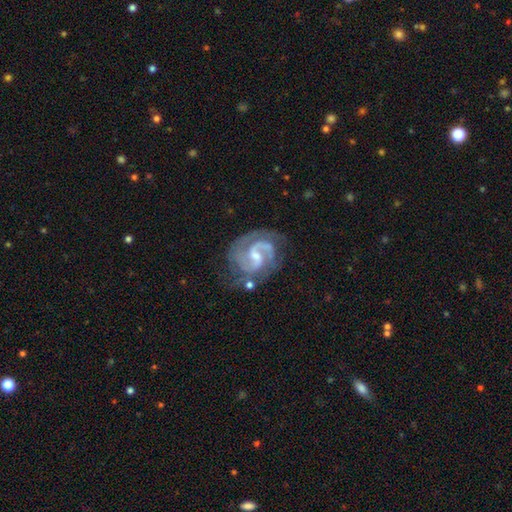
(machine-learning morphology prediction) This appears to be a featured or disk galaxy (91%) with a weak bar (57%), 2 (82%) medium (55%) spiral arms (98%) and a small central bulge (54%). Merging: none (67%).